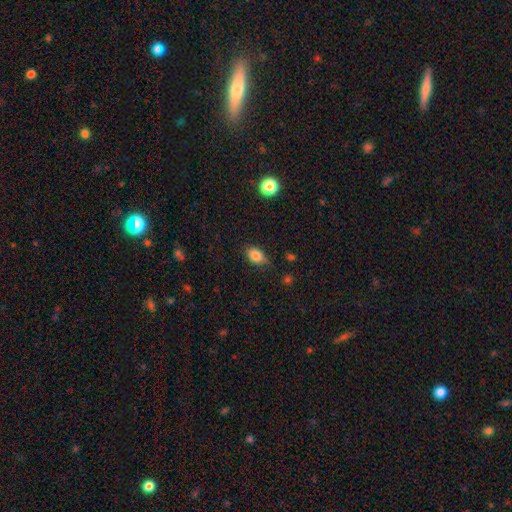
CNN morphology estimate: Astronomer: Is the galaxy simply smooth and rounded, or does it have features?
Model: smooth — 83%.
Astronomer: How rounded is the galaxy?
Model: in between — 78%.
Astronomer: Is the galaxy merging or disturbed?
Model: none — 75%.